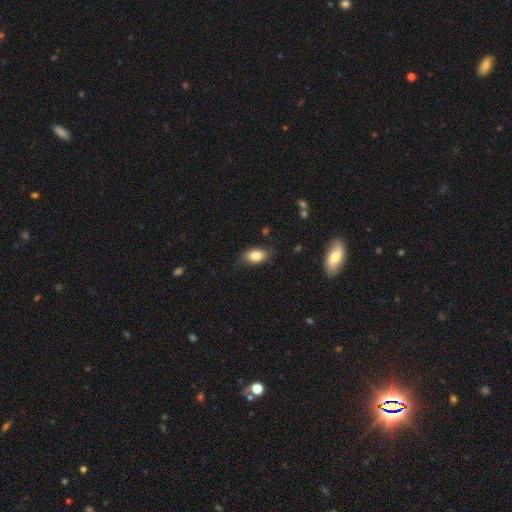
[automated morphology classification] This appears to be a smooth galaxy with no disk features (82%) that is in between round and cigar-shaped (87%). Merging: none (77%).